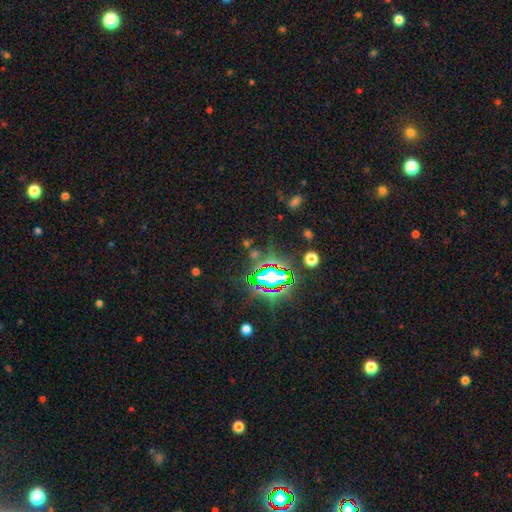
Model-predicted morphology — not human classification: type=star or artifact (78%).